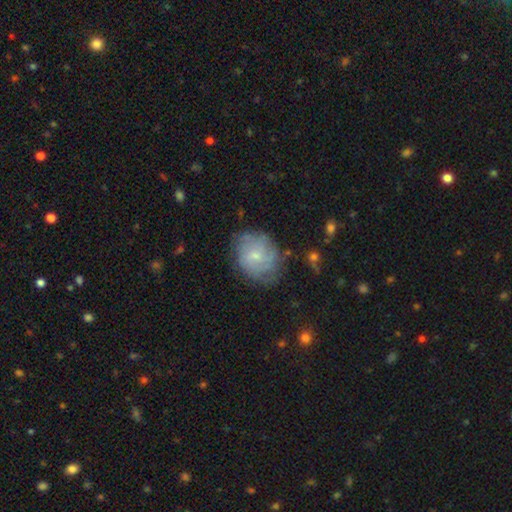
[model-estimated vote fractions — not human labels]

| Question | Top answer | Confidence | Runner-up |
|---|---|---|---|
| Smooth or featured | featured or disk | 58% | smooth (33%) |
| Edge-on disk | no | 97% | yes (3%) |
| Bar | no | 57% | weak (38%) |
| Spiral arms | yes | 81% | no (19%) |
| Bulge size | small | 66% | moderate (25%) |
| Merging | none | 68% | minor disturbance (21%) |